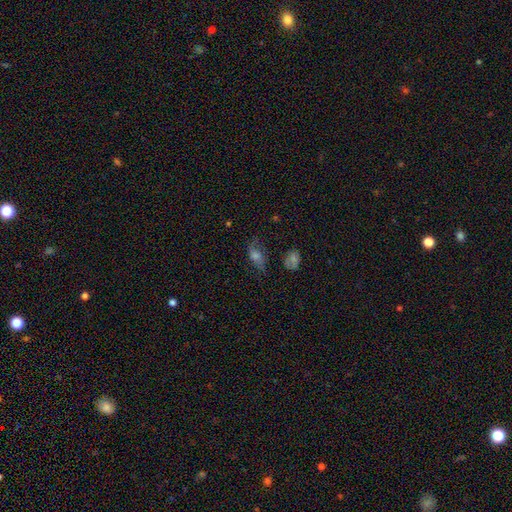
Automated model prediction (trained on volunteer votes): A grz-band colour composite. It shows a smooth galaxy with no disk features (43%). Merging: none (57%).